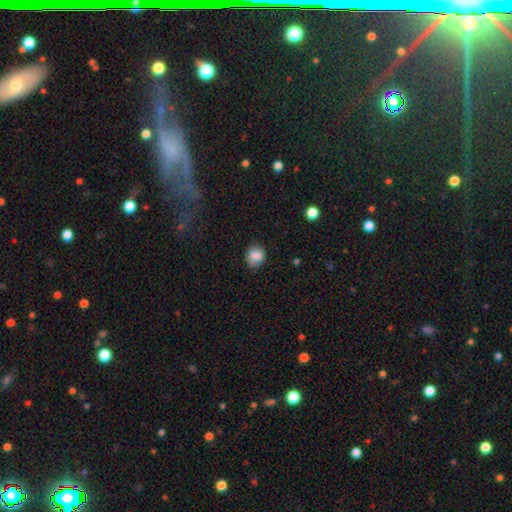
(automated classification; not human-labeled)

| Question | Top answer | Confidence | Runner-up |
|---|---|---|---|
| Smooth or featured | smooth | 84% | star or artifact (9%) |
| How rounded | round | 69% | in between (30%) |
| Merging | none | 79% | minor disturbance (16%) |